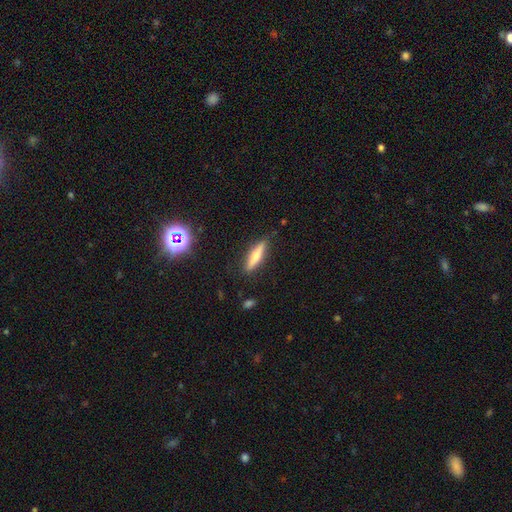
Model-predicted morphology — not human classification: featured or disk 48%, smooth 43%, star or artifact 9%. Down the decision tree: merging — none (88%).